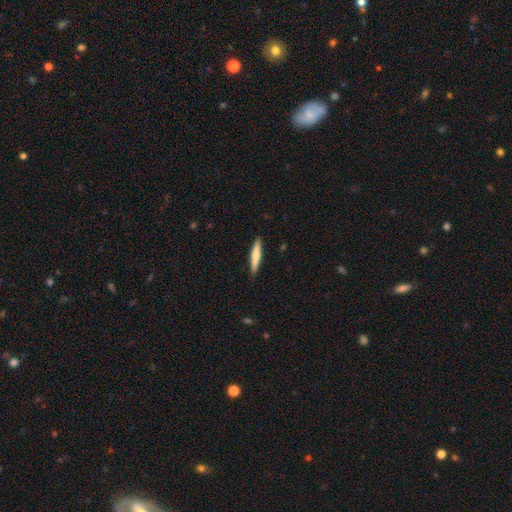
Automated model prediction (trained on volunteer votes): A smooth galaxy with no disk features (65%) that is cigar-shaped (91%). Merging: none (89%).